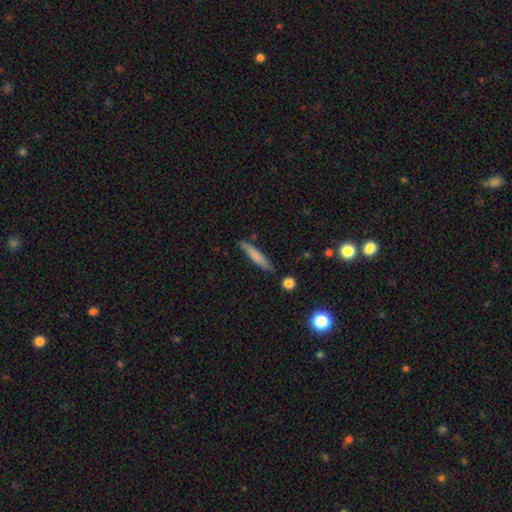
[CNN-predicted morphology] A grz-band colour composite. It shows a smooth galaxy with no disk features (72%) that is cigar-shaped (91%). Merging: none (82%).